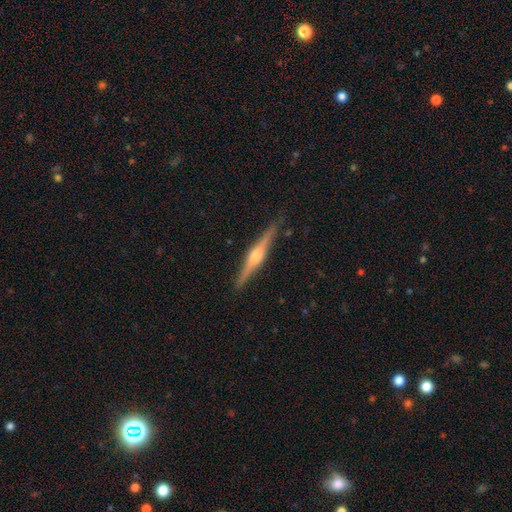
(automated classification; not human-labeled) This is clearly a featured or disk galaxy (80%). It is clearly viewed edge-on (98%). Edge-on bulge: clearly rounded (89%). Merging: clearly none (91%).